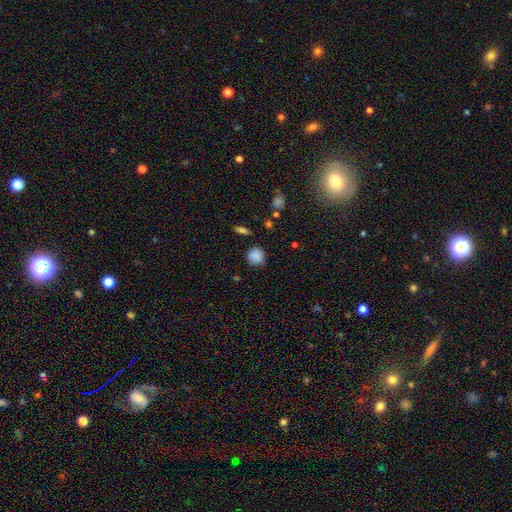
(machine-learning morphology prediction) Smooth or featured?
  - smooth: 83% *
  - star or artifact: 11%
  - featured or disk: 7%
How rounded?
  - round: 83% *
  - in between: 16%
  - cigar-shaped: 1%
Merging?
  - none: 73% *
  - minor disturbance: 19%
  - major disturbance: 4%
  - merger: 3%